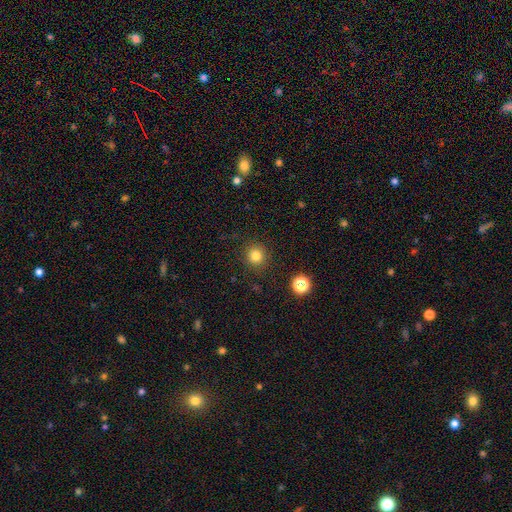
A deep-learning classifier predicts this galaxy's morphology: type=smooth (81%); roundness=round (92%); merging=none (89%).